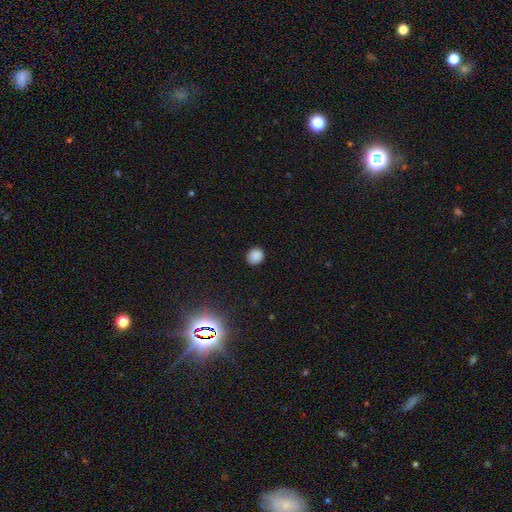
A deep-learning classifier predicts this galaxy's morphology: A smooth galaxy with no disk features (85%) that is round (82%). Merging: none (88%).